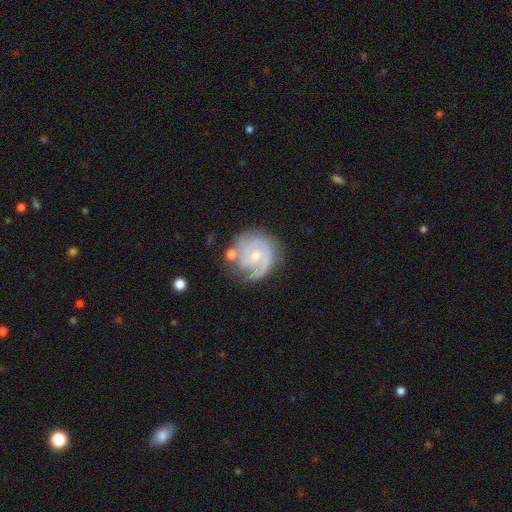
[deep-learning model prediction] smooth_or_featured: featured or disk (p=0.83) [alt: smooth p=0.12]
disk_edge_on: no (p=0.98) [alt: yes p=0.02]
bar: no (p=0.61) [alt: weak p=0.33]
has_spiral_arms: yes (p=0.94) [alt: no p=0.06]
spiral_winding: tight (p=0.57) [alt: medium p=0.34]
spiral_arm_count: 2 (p=0.42) [alt: 3 p=0.20]
bulge_size: small (p=0.52) [alt: moderate p=0.43]
merging: none (p=0.65) [alt: minor disturbance p=0.20]